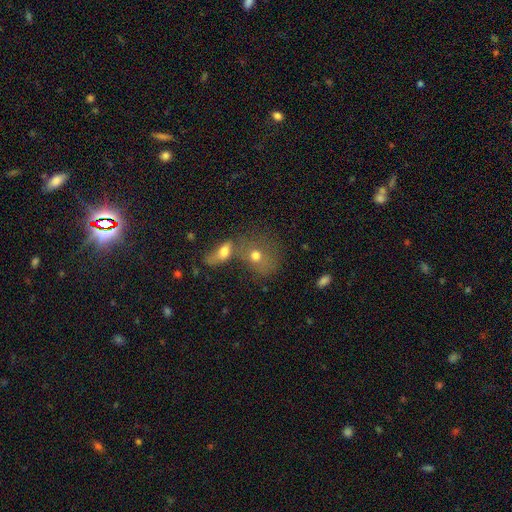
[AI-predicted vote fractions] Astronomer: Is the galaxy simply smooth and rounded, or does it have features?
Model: smooth — 67%.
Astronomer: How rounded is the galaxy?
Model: round — 52% (runner-up: in between, 46%).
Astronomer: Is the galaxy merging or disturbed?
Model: merger — 53%.